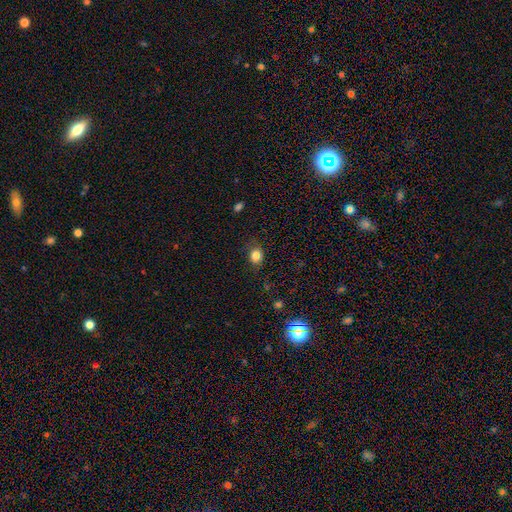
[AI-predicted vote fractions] Smooth or featured: smooth — 82% (star or artifact — 11%)
How rounded: round — 56% (in between — 43%)
Merging: none — 74% (minor disturbance — 19%)